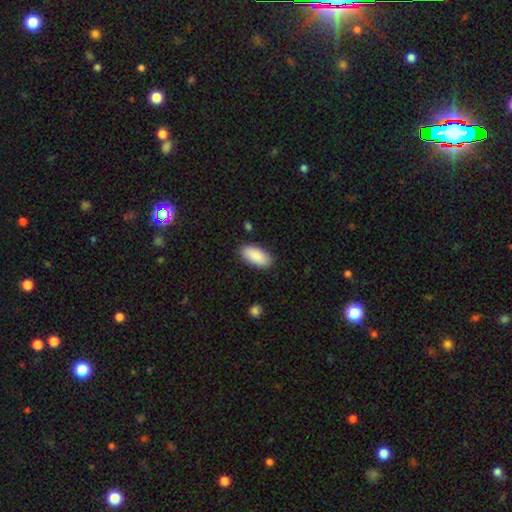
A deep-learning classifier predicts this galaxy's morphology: This is clearly a smooth galaxy (89%). How rounded: clearly in between (92%). Merging: clearly none (87%).